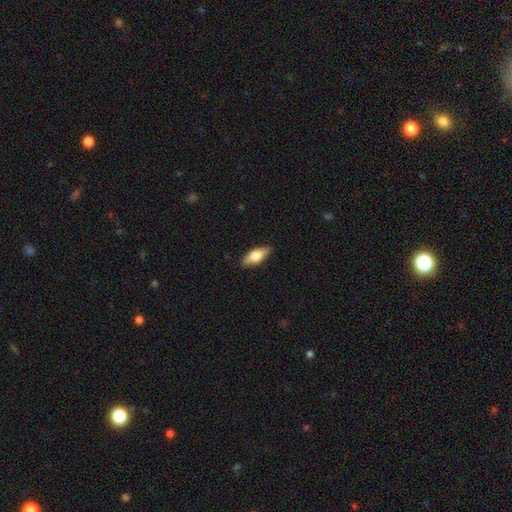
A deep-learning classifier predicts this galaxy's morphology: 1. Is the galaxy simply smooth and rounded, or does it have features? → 55% smooth, 39% featured or disk, 6% star or artifact.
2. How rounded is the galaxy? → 69% in between, 28% cigar-shaped, 3% round.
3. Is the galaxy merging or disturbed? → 88% none, 9% minor disturbance, 2% major disturbance, 1% merger.